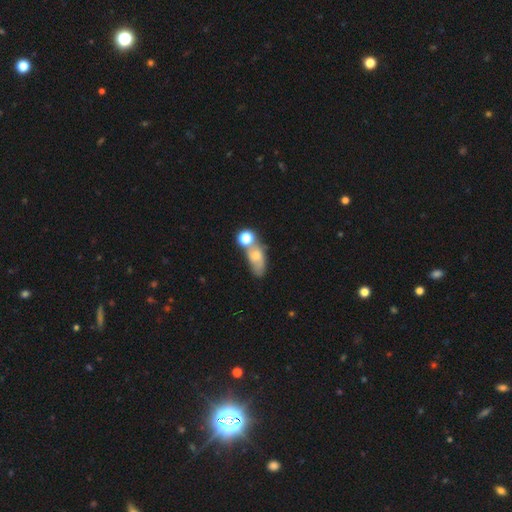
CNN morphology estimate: smooth-or-featured: smooth: 59% | featured or disk: 27% | star or artifact: 13%
  how-rounded: in between: 72% | round: 18% | cigar-shaped: 10%
  merging: merger: 34% | none: 33% | minor disturbance: 19% | major disturbance: 14%